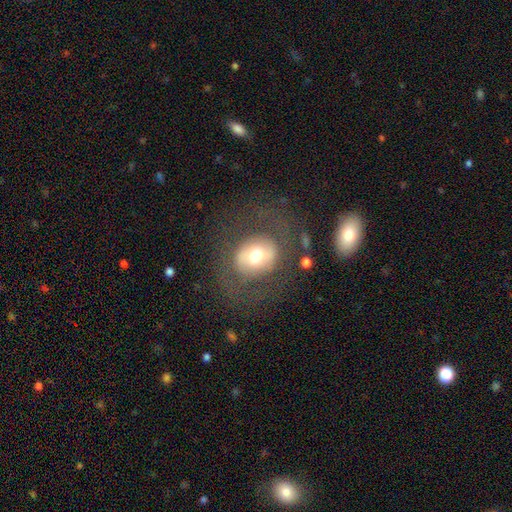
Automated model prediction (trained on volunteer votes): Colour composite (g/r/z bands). It shows a smooth galaxy with no disk features (52%) that is round (65%). Merging: none (71%).